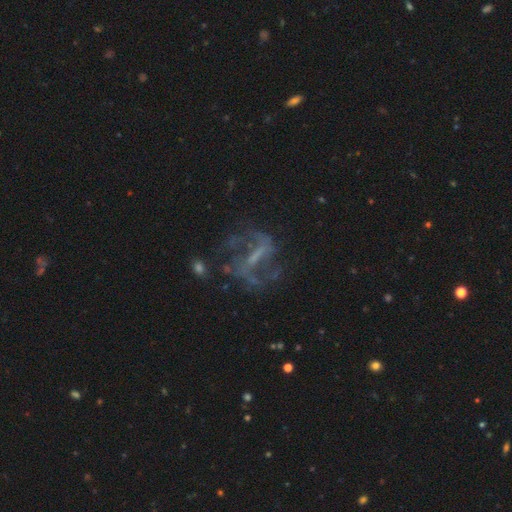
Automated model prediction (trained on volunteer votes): This is likely a featured or disk galaxy (75%). It is clearly not viewed edge-on (94%). Bar: possibly strong (48%). Spiral arm pattern: likely yes (77%). Spiral arm count: likely 2 (67%). Spiral winding: possibly loose (52%). Central bulge: possibly none (47%). Merging: possibly none (56%).